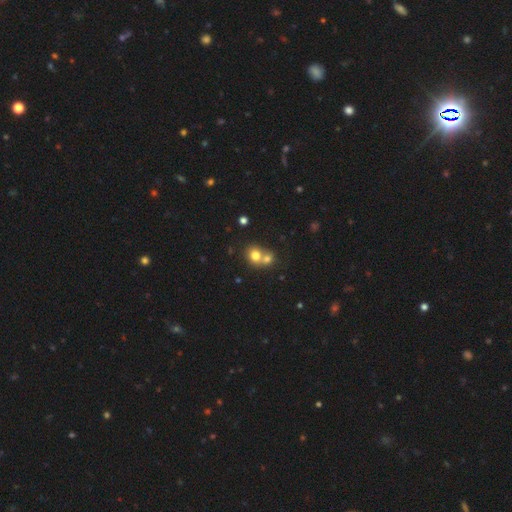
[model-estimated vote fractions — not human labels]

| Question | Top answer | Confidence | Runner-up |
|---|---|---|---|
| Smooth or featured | smooth | 75% | featured or disk (13%) |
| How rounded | round | 75% | in between (24%) |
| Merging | merger | 59% | none (32%) |